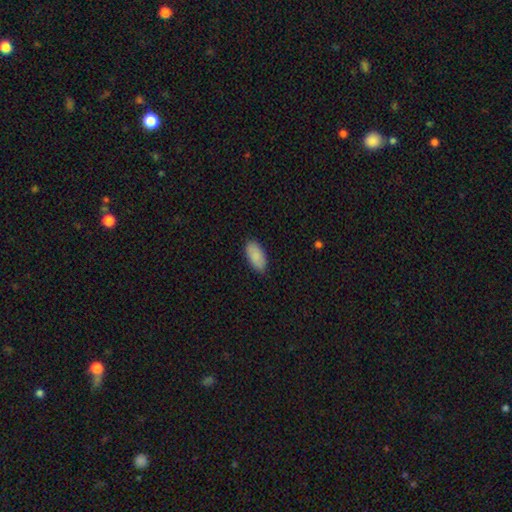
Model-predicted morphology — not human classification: A smooth galaxy with no disk features (89%) that is in between round and cigar-shaped (93%).

Vote fractions:
- Smooth or featured? smooth: 89% / star or artifact: 6% / featured or disk: 5%
- How rounded? in between: 93% / cigar-shaped: 5% / round: 2%
- Merging? none: 87% / minor disturbance: 10% / major disturbance: 2% / merger: 1%